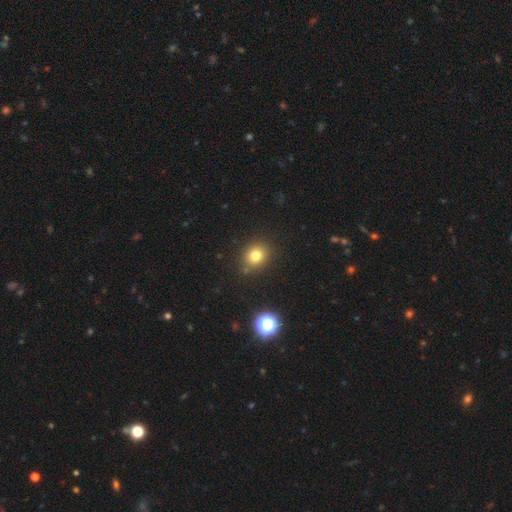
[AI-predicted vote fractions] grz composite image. It shows a smooth galaxy with no disk features (78%) that is round (70%). Merging: none (84%).